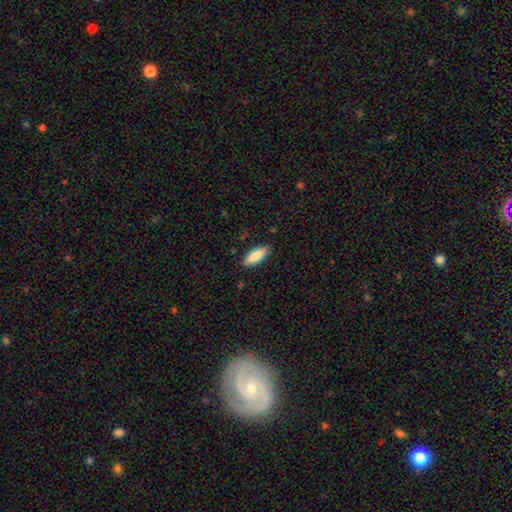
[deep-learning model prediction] Smooth or featured?
  - smooth: 83% *
  - featured or disk: 12%
  - star or artifact: 6%
How rounded?
  - in between: 66% *
  - cigar-shaped: 32%
  - round: 2%
Merging?
  - none: 86% *
  - minor disturbance: 11%
  - major disturbance: 2%
  - merger: 1%